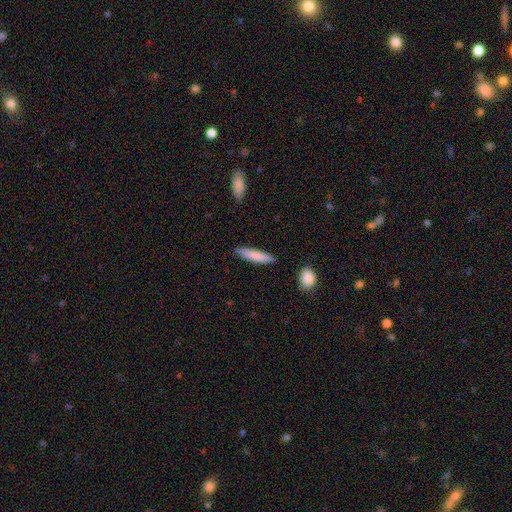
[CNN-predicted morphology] smooth 82%, featured or disk 12%, star or artifact 6%. Down the decision tree: how rounded — cigar-shaped (84%); merging — none (87%).